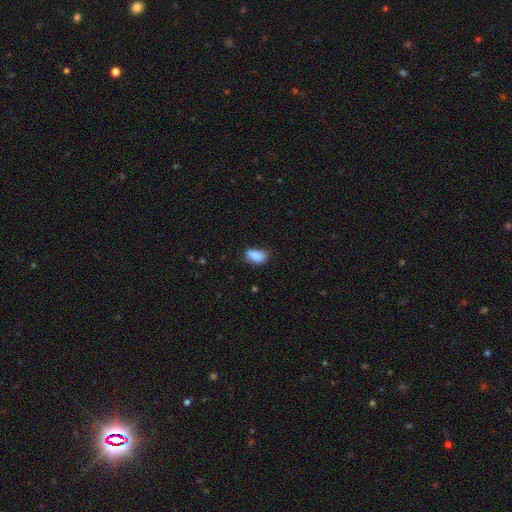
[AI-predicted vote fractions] The model was most divided on "merging": none: 65%, minor disturbance: 29%, major disturbance: 5%, merger: 2%. More confident: how rounded — in between (90%); smooth or featured — smooth (87%).